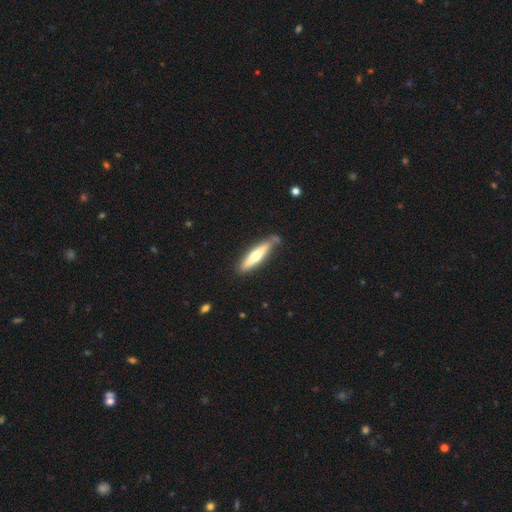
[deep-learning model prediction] This is possibly a smooth galaxy (49%). Merging: likely none (74%).